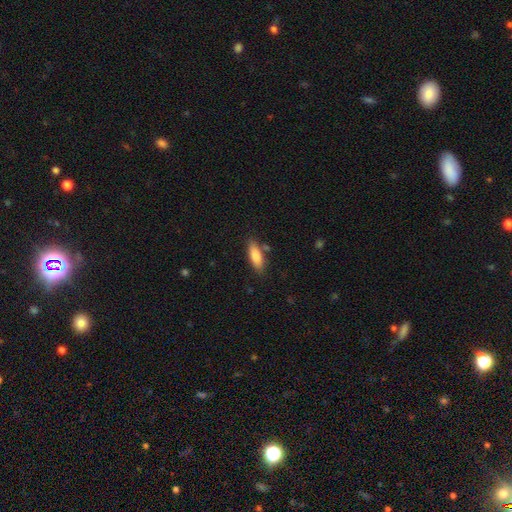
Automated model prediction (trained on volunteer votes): Morphology: type=smooth (85%); roundness=in between (64%); merging=none (76%).